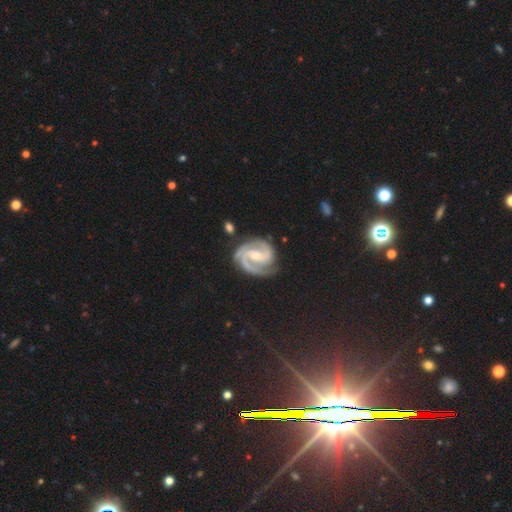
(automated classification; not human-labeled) Morphology: type=featured or disk (92%); edge-on=no (98%); bar=weak (43%); spiral arms=yes (99%); winding=tight (55%); arm count=2 (63%); bulge=small (58%); merging=none (73%).